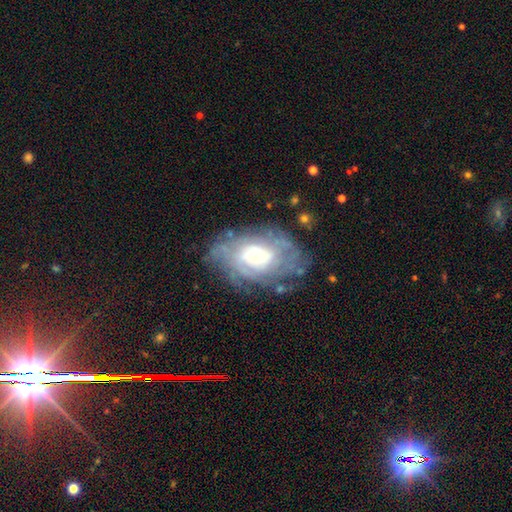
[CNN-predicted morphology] Smooth or featured? Predicted: featured or disk (p=0.75). Edge-on disk? Predicted: no (p=0.95). Bar? Predicted: no (p=0.74). Spiral arms? Predicted: yes (p=0.81). Spiral winding? Predicted: tight (p=0.66). Spiral arm count? Predicted: can't tell (p=0.58). Bulge size? Predicted: small (p=0.47). Merging? Predicted: none (p=0.68).